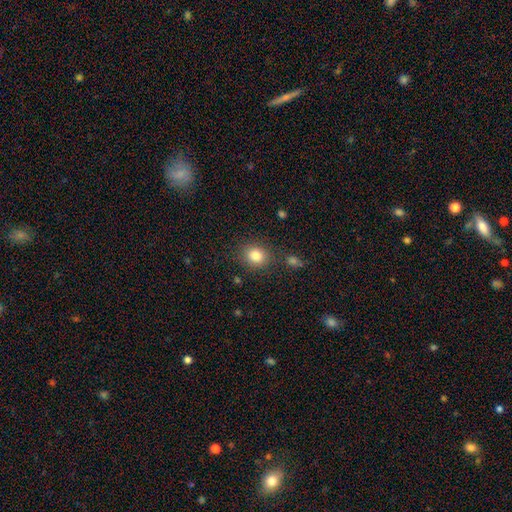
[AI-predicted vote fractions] A smooth galaxy with no disk features (83%) that is round (70%).

Vote fractions:
- Smooth or featured? smooth: 83% / star or artifact: 11% / featured or disk: 7%
- How rounded? round: 70% / in between: 29% / cigar-shaped: 1%
- Merging? none: 82% / minor disturbance: 10% / merger: 4% / major disturbance: 4%